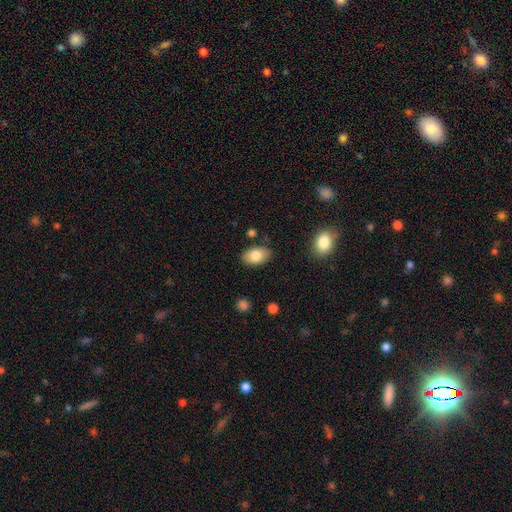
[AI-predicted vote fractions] The model was most divided on "smooth or featured": smooth: 80%, featured or disk: 12%, star or artifact: 7%. More confident: how rounded — in between (91%); merging — none (84%).